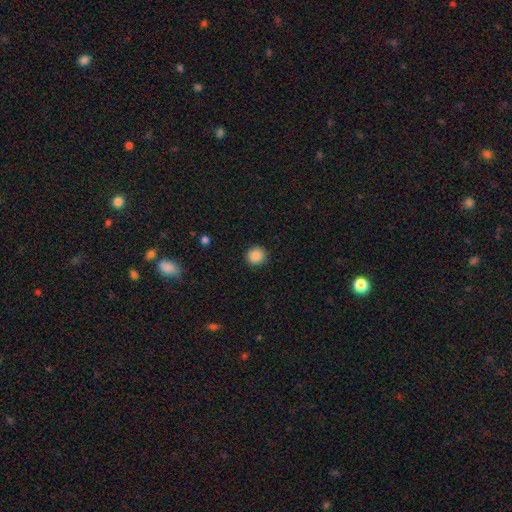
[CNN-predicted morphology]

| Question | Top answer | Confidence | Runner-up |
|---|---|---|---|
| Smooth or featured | smooth | 87% | star or artifact (9%) |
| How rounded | round | 93% | in between (6%) |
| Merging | none | 92% | minor disturbance (5%) |